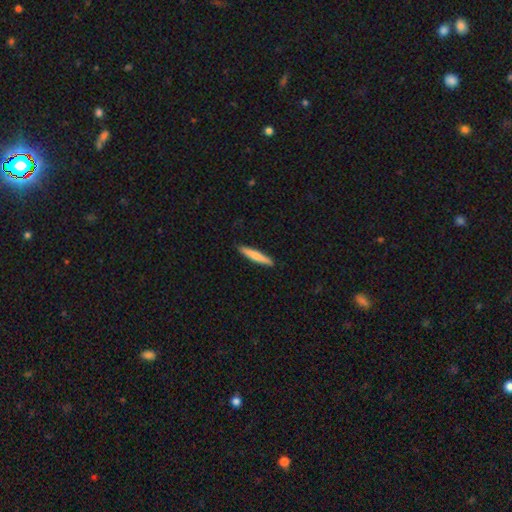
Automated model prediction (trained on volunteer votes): Overall: smooth (73%). How rounded: cigar-shaped (93%). Merging: none (90%).